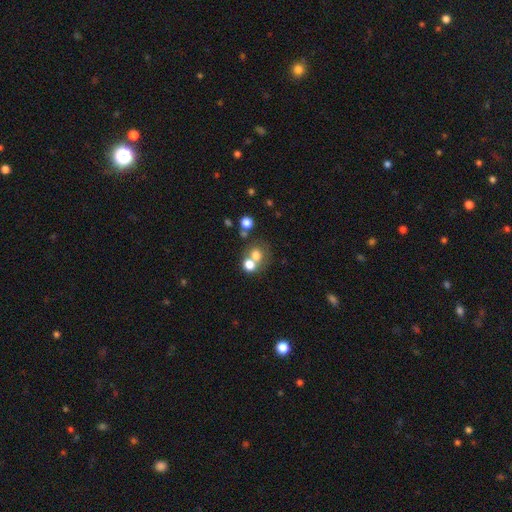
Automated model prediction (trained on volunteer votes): Smooth or featured: smooth — 69% (featured or disk — 16%)
How rounded: round — 73% (in between — 26%)
Merging: merger — 45% (none — 43%)